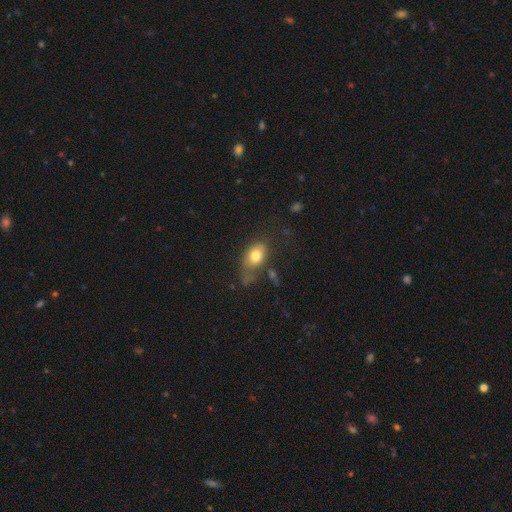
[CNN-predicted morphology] Q: Smooth or featured?
A: smooth (76%); runner-up: featured or disk (15%)
Q: How rounded?
A: in between (82%); runner-up: round (16%)
Q: Merging?
A: none (42%); runner-up: minor disturbance (29%)